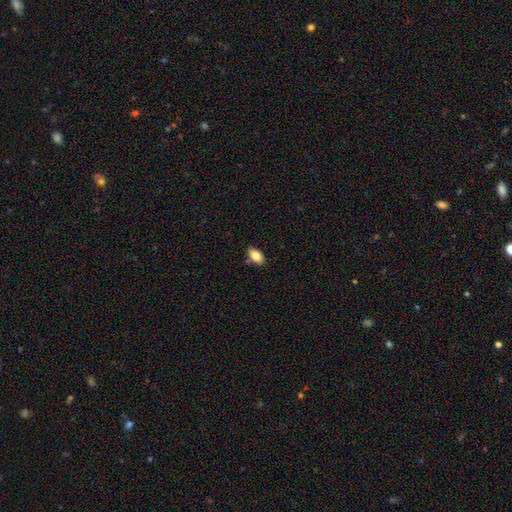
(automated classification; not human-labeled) This appears to be a smooth galaxy with no disk features (82%) that is in between round and cigar-shaped (92%). Merging: none (79%).